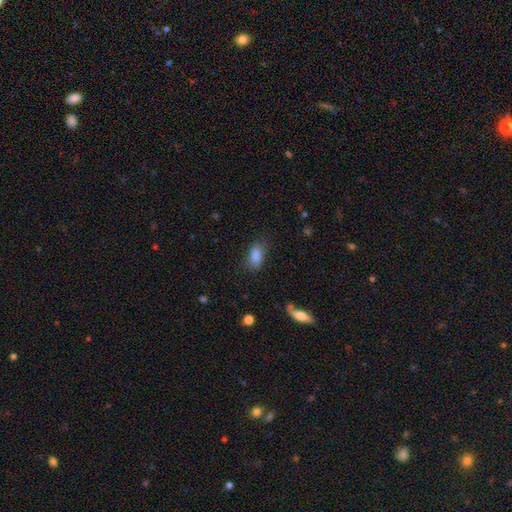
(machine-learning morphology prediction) Smooth or featured?
  - smooth: 86% *
  - star or artifact: 8%
  - featured or disk: 6%
How rounded?
  - in between: 88% *
  - cigar-shaped: 7%
  - round: 5%
Merging?
  - none: 76% *
  - minor disturbance: 16%
  - major disturbance: 6%
  - merger: 2%